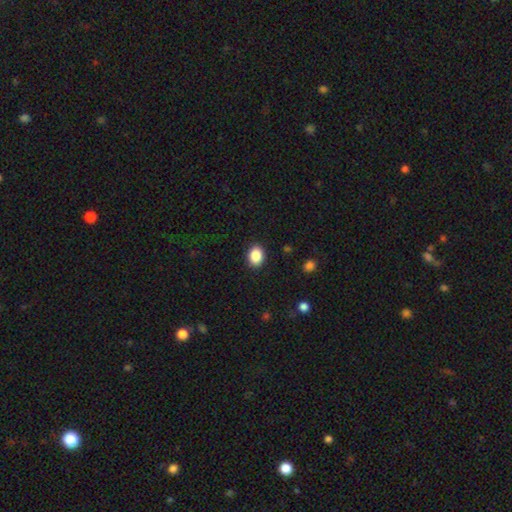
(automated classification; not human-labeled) Smooth or featured: smooth — 89% (star or artifact — 8%)
How rounded: in between — 64% (round — 35%)
Merging: none — 89% (minor disturbance — 7%)